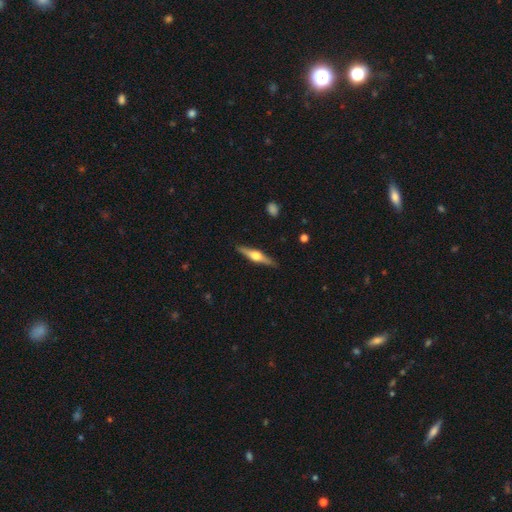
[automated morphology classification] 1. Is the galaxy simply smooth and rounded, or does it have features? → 72% featured or disk, 23% smooth, 5% star or artifact.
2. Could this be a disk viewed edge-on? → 98% yes, 2% no.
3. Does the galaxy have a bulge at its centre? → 94% rounded, 5% boxy, 2% none.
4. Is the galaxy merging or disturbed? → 90% none, 7% minor disturbance, 2% major disturbance, 1% merger.